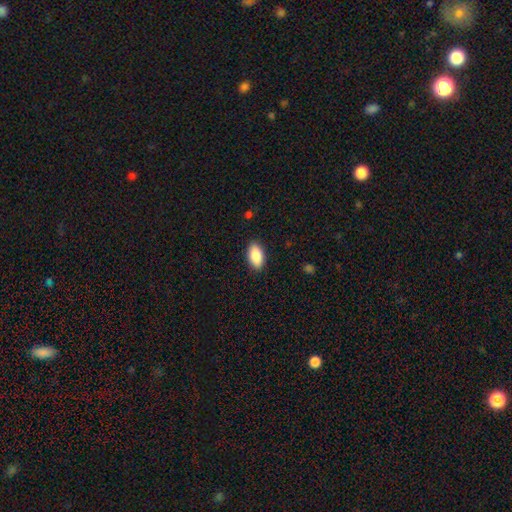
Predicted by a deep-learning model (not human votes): A smooth galaxy with no disk features (87%) that is in between round and cigar-shaped (94%).

Vote fractions:
- Smooth or featured? smooth: 87% / star or artifact: 7% / featured or disk: 6%
- How rounded? in between: 94% / round: 3% / cigar-shaped: 3%
- Merging? none: 89% / minor disturbance: 8% / major disturbance: 2% / merger: 1%